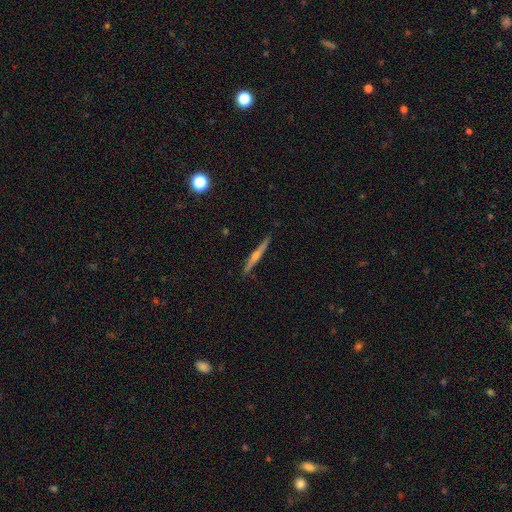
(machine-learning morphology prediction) The model was most divided on "smooth or featured": featured or disk: 74%, smooth: 20%, star or artifact: 7%. More confident: edge-on disk — yes (98%); merging — none (91%); edge-on bulge — rounded (79%).